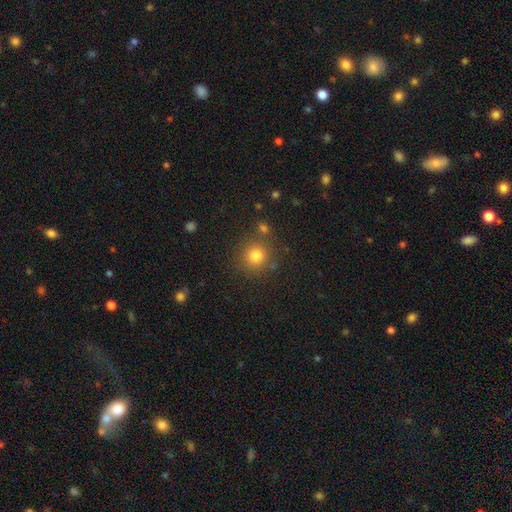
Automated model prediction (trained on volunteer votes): smooth-or-featured: smooth: 80% | star or artifact: 14% | featured or disk: 6%
  how-rounded: round: 92% | in between: 7% | cigar-shaped: 1%
  merging: none: 81% | minor disturbance: 9% | merger: 7% | major disturbance: 3%